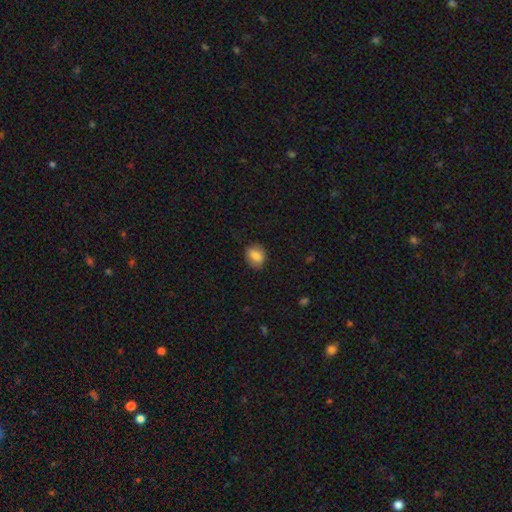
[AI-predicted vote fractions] Q: Smooth or featured?
A: smooth (81%); runner-up: featured or disk (11%)
Q: How rounded?
A: round (53%); runner-up: in between (46%)
Q: Merging?
A: none (79%); runner-up: minor disturbance (15%)